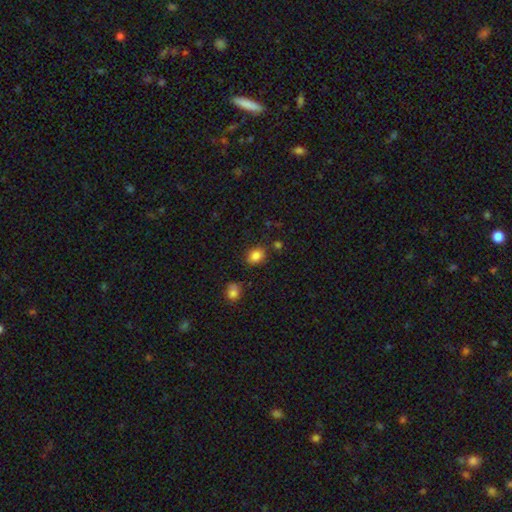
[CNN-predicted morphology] smooth 84%, star or artifact 11%, featured or disk 5%. Down the decision tree: how rounded — in between (52%); merging — none (81%).